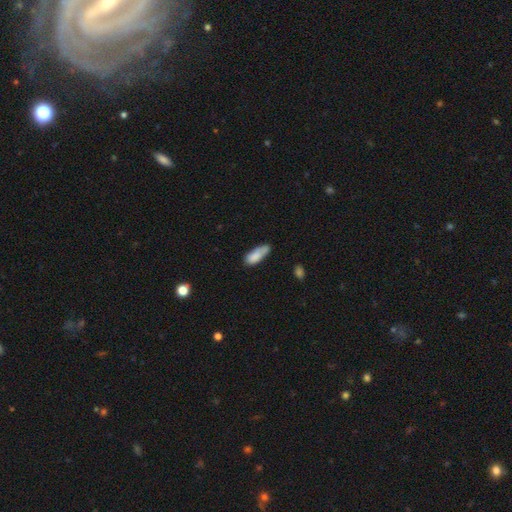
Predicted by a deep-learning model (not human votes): Smooth or featured: smooth — 79% (featured or disk — 13%)
How rounded: in between — 70% (cigar-shaped — 28%)
Merging: none — 49% (minor disturbance — 32%)